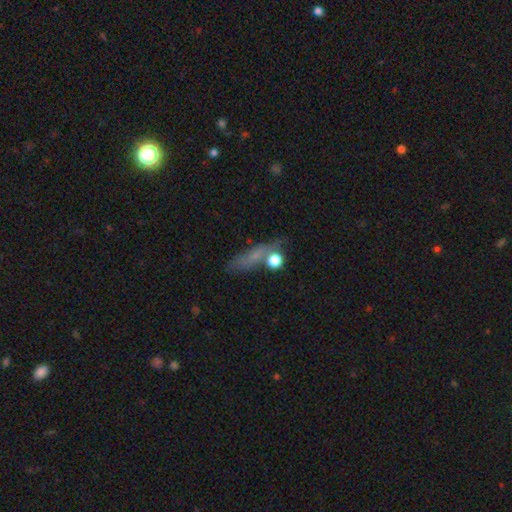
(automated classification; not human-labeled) The model was most divided on "how rounded": cigar-shaped: 56%, in between: 27%, round: 17%. More confident: merging — none (60%); smooth or featured — smooth (55%).